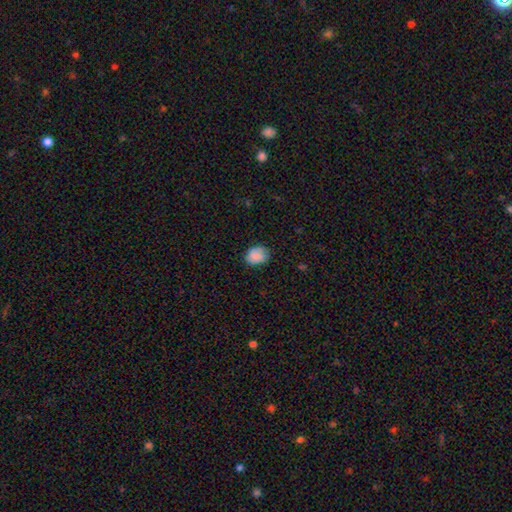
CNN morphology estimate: smooth_or_featured: smooth (p=0.82) [alt: featured or disk p=0.11]
how_rounded: in between (p=0.58) [alt: round p=0.41]
merging: none (p=0.73) [alt: minor disturbance p=0.22]